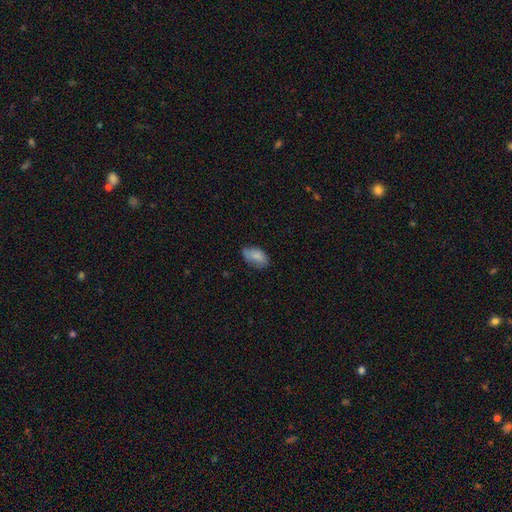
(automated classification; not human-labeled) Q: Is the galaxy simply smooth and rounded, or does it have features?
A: smooth — 82%.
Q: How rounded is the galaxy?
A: in between — 92%.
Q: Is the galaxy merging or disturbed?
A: none — 62%.